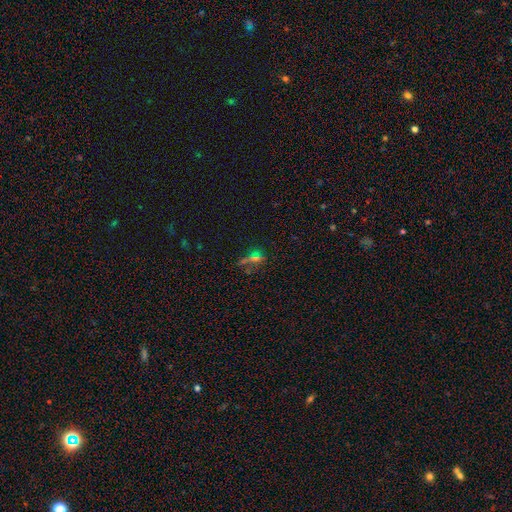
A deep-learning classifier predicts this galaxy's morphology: Smooth or featured? star or artifact (46%)